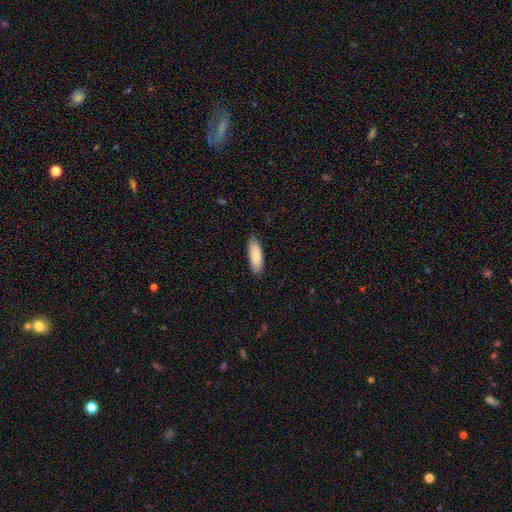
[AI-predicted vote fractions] Smooth or featured?
  - smooth: 87% *
  - featured or disk: 8%
  - star or artifact: 5%
How rounded?
  - in between: 64% *
  - cigar-shaped: 35%
  - round: 1%
Merging?
  - none: 85% *
  - minor disturbance: 12%
  - major disturbance: 2%
  - merger: 1%